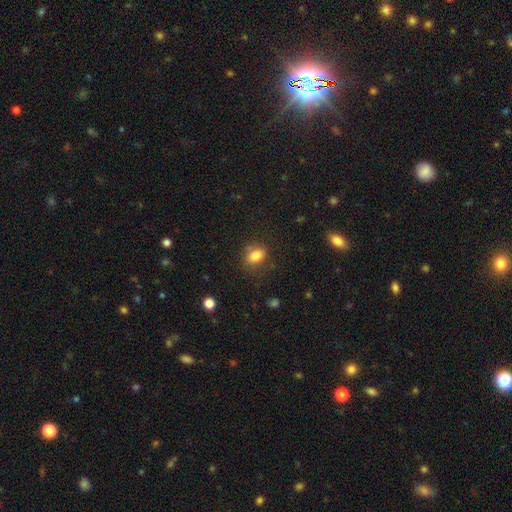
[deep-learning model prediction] smooth 82%, star or artifact 11%, featured or disk 7%. Down the decision tree: how rounded — in between (72%); merging — none (73%).